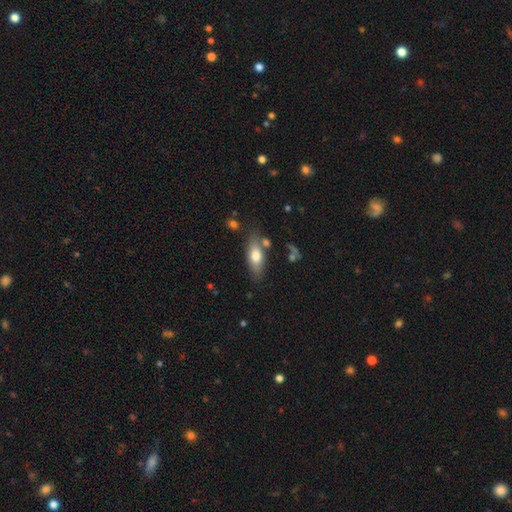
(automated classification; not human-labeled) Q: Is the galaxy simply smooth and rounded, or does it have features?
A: smooth — 70%.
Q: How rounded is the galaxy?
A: in between — 76%.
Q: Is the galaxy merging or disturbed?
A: none — 73%.